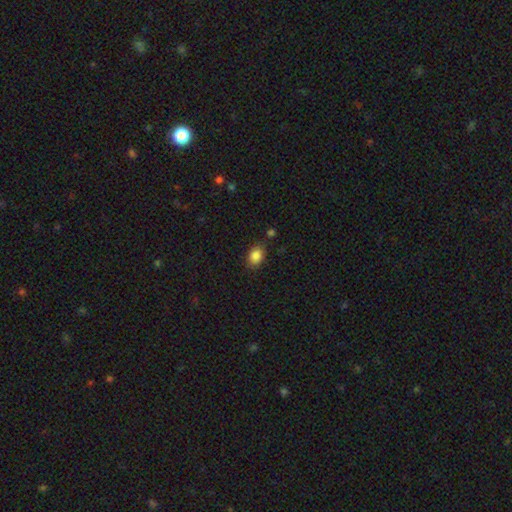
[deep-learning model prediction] smooth_or_featured: smooth (p=0.86) [alt: star or artifact p=0.09]
how_rounded: in between (p=0.67) [alt: round p=0.32]
merging: none (p=0.79) [alt: minor disturbance p=0.14]